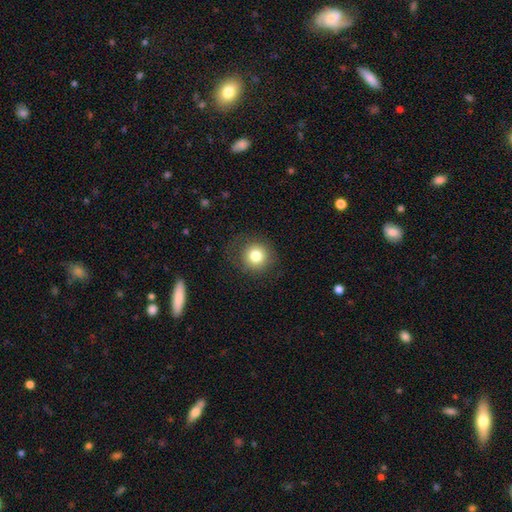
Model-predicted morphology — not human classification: A smooth galaxy with no disk features (79%) that is round (92%). Merging: none (83%).